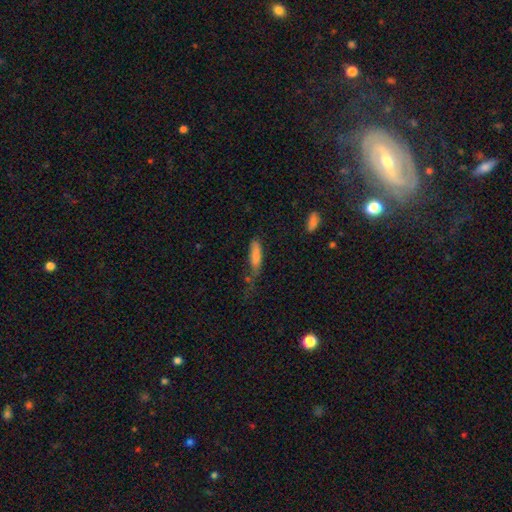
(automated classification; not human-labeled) smooth_or_featured: smooth (p=0.82) [alt: featured or disk p=0.10]
how_rounded: cigar-shaped (p=0.59) [alt: in between p=0.38]
merging: none (p=0.40) [alt: minor disturbance p=0.31]